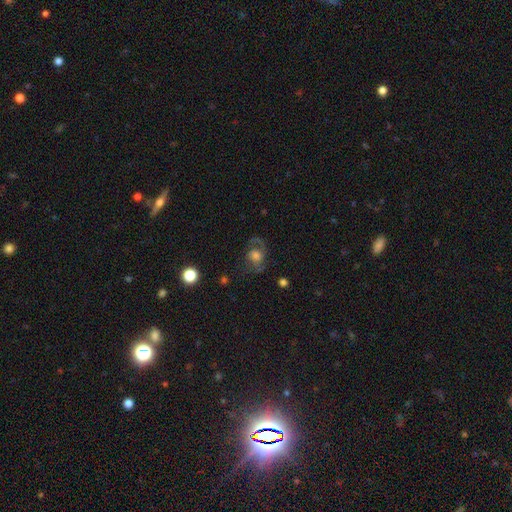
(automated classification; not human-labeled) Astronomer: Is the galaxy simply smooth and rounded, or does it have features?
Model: featured or disk — 58%.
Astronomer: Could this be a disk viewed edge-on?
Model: no — 97%.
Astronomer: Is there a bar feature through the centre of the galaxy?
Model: no — 69%.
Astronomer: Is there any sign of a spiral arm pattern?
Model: yes — 80%.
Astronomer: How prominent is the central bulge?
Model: moderate — 36% (runner-up: large, 34%).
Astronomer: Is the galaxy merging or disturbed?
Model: none — 54%.